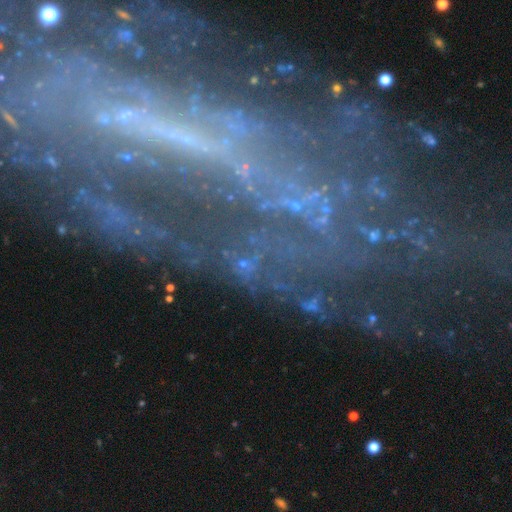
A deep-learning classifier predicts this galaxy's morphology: A featured or disk galaxy (65%) with a strong bar (43%), spiral arms (68%) and a small central bulge (45%).

Vote fractions:
- Smooth or featured? featured or disk: 65% / star or artifact: 25% / smooth: 10%
- Edge-on disk? no: 85% / yes: 15%
- Bar? strong: 43% / no: 32% / weak: 25%
- Spiral arms? yes: 68% / no: 32%
- Bulge size? small: 45% / none: 31% / moderate: 17% / large: 4% / dominant: 3%
- Merging? none: 58% / major disturbance: 20% / minor disturbance: 17% / merger: 5%